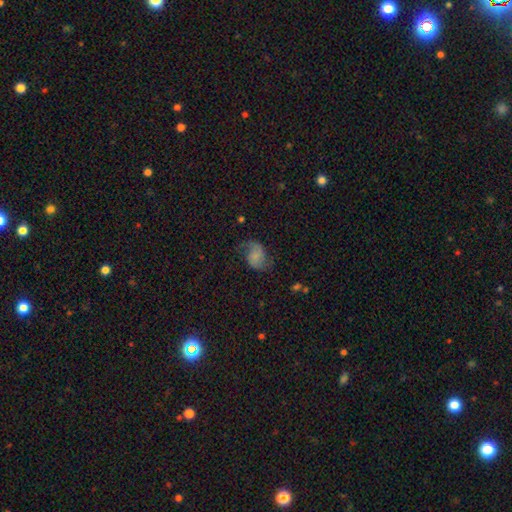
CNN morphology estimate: type=featured or disk (64%); edge-on=no (98%); bar=no (55%); spiral arms=yes (93%); winding=loose (54%); arm count=2 (84%); bulge=none (44%); merging=none (61%).